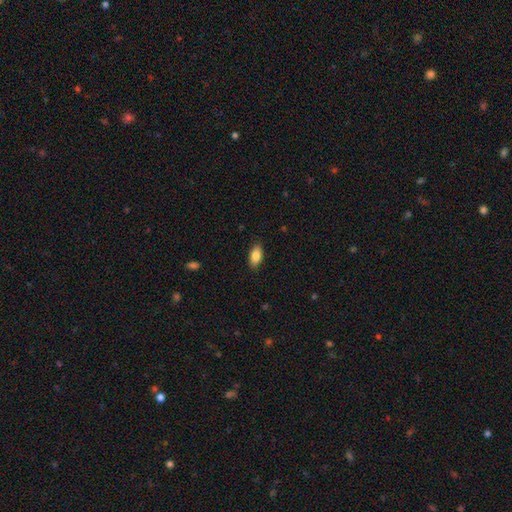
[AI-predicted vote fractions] Overall: smooth (85%). How rounded: in between (91%). Merging: none (88%).